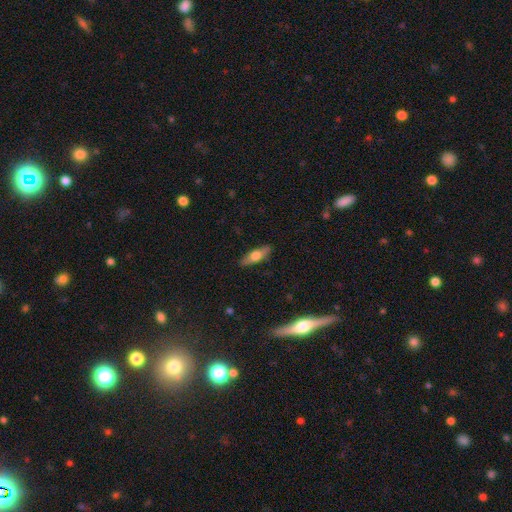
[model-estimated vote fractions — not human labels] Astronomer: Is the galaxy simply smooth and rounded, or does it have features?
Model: smooth — 52% (runner-up: featured or disk, 41%).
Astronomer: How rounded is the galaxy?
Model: cigar-shaped — 50% (runner-up: in between, 47%).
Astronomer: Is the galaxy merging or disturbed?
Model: none — 87%.